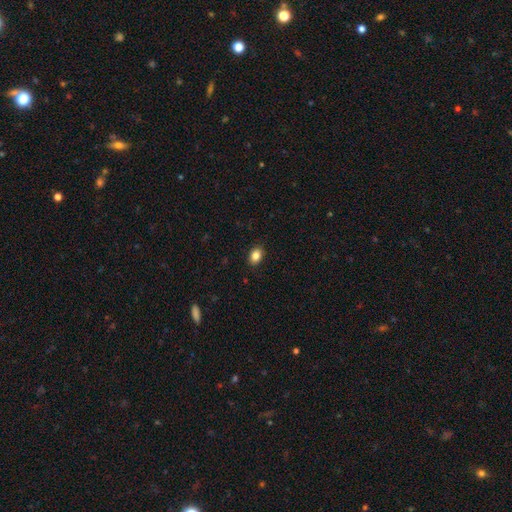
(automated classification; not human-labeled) Smooth or featured: smooth — 86% (star or artifact — 9%)
How rounded: in between — 78% (round — 21%)
Merging: none — 89% (minor disturbance — 8%)